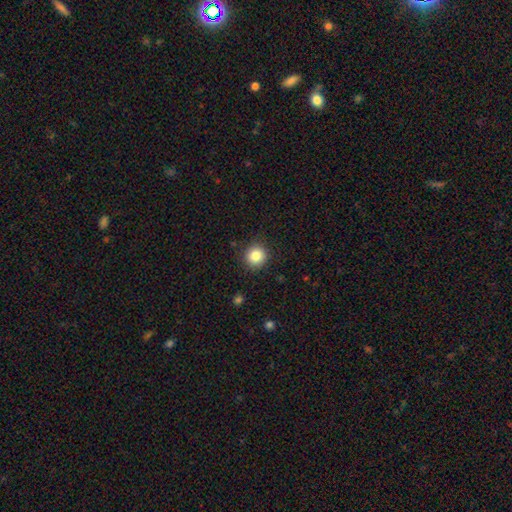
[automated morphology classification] A smooth galaxy with no disk features (84%) that is round (92%).

Vote fractions:
- Smooth or featured? smooth: 84% / star or artifact: 10% / featured or disk: 6%
- How rounded? round: 92% / in between: 7% / cigar-shaped: 1%
- Merging? none: 90% / minor disturbance: 7% / major disturbance: 2% / merger: 1%